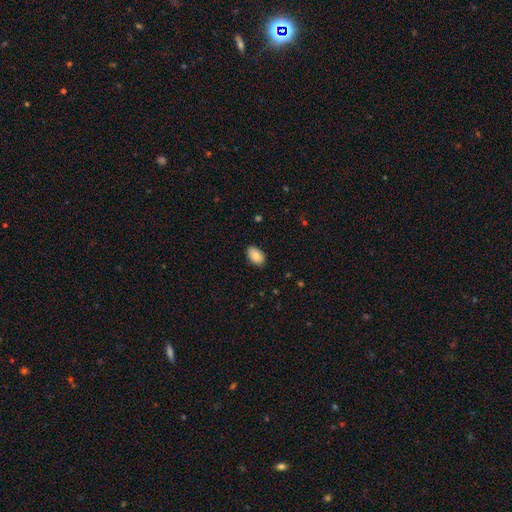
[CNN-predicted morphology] Overall: smooth (88%). How rounded: in between (92%). Merging: none (86%).